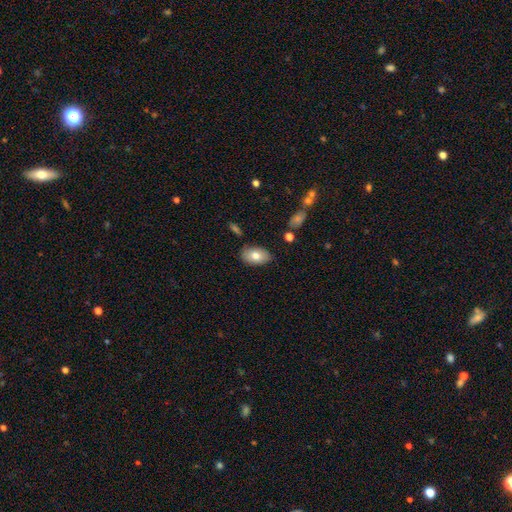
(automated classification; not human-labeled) A smooth galaxy with no disk features (77%) that is in between round and cigar-shaped (92%). Merging: none (81%).